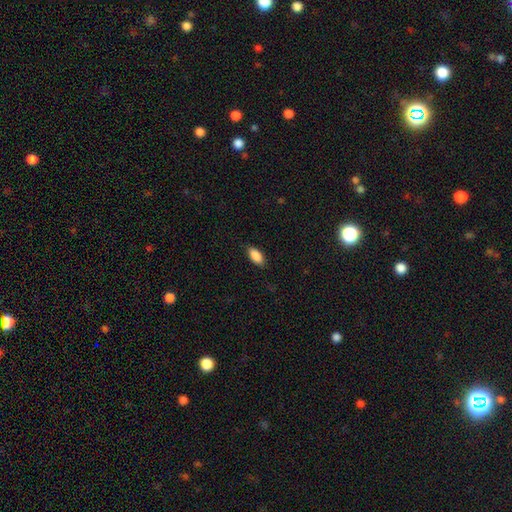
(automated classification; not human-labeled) Overall: smooth (89%). How rounded: in between (90%). Merging: none (84%).